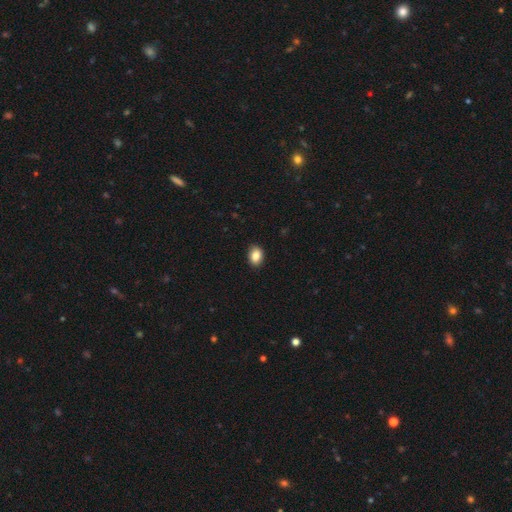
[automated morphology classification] Smooth or featured: smooth — 87% (star or artifact — 8%)
How rounded: in between — 71% (round — 28%)
Merging: none — 90% (minor disturbance — 8%)